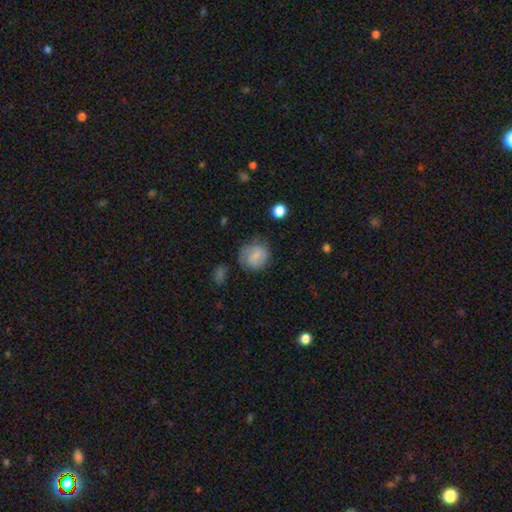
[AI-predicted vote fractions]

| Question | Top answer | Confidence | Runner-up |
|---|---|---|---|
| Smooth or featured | smooth | 65% | featured or disk (27%) |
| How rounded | round | 78% | in between (21%) |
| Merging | none | 61% | minor disturbance (25%) |